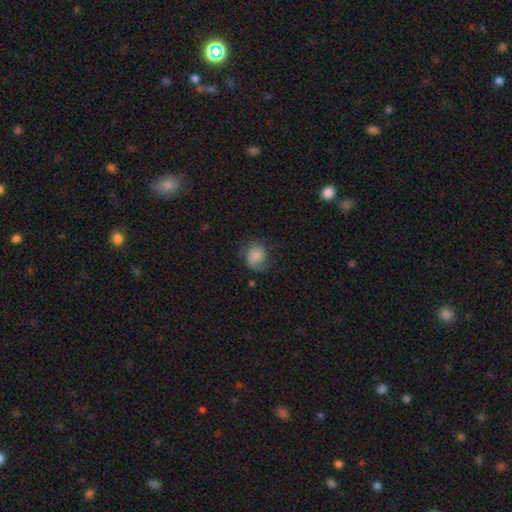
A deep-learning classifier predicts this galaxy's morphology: Smooth or featured?
  - smooth: 63% *
  - featured or disk: 28%
  - star or artifact: 9%
How rounded?
  - round: 67% *
  - in between: 32%
  - cigar-shaped: 1%
Merging?
  - none: 55% *
  - minor disturbance: 25%
  - major disturbance: 18%
  - merger: 2%